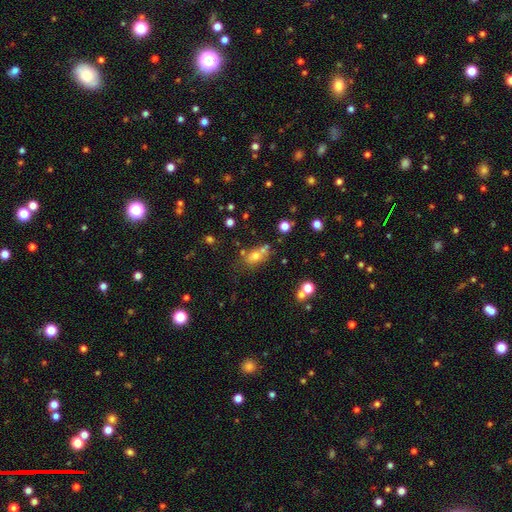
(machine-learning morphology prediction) type=smooth (62%); roundness=in between (61%); merging=none (51%).